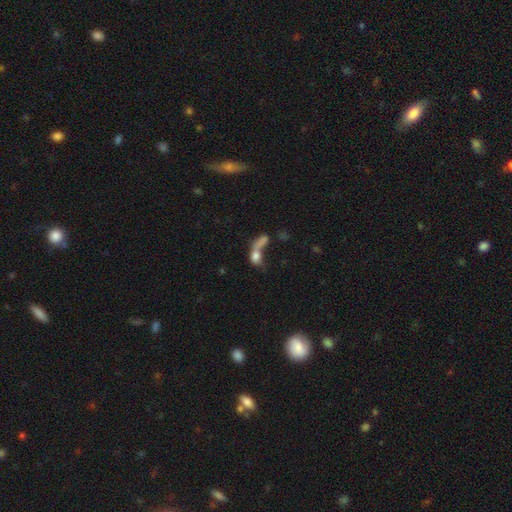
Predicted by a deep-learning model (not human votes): This appears to be a smooth galaxy with no disk features (65%) that is in between round and cigar-shaped (58%). Merging: merger (54%).